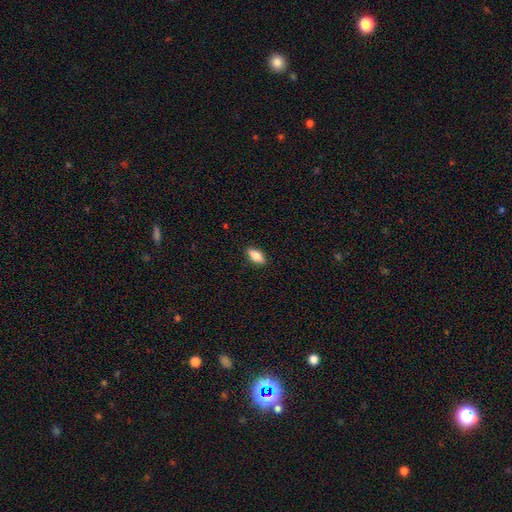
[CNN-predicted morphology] Q: Smooth or featured?
A: smooth (82%); runner-up: featured or disk (11%)
Q: How rounded?
A: in between (87%); runner-up: cigar-shaped (10%)
Q: Merging?
A: none (89%); runner-up: minor disturbance (8%)